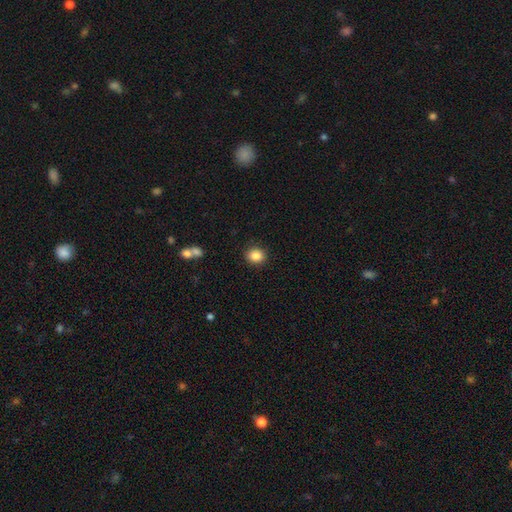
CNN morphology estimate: type=smooth (86%); roundness=round (74%); merging=none (89%).